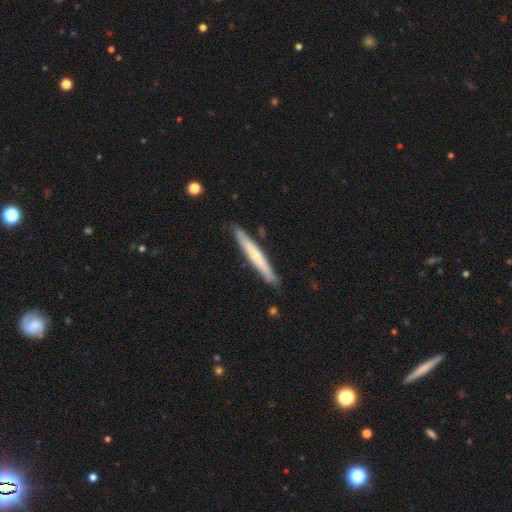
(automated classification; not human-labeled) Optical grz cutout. It shows a smooth galaxy with no disk features (55%) that is cigar-shaped (96%). Merging: none (88%).